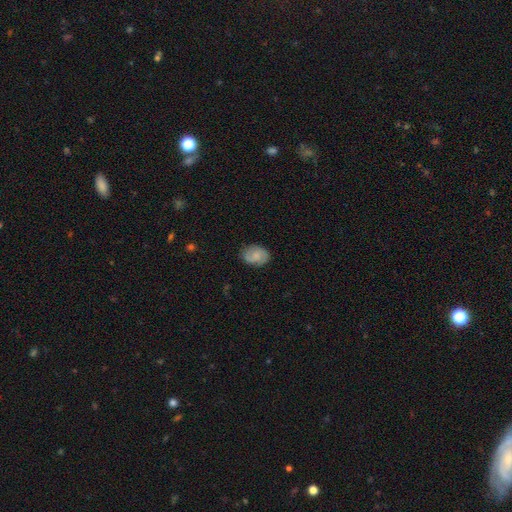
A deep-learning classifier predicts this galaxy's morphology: Smooth or featured? smooth (51%)
How rounded? in between (73%)
Merging? none (81%)